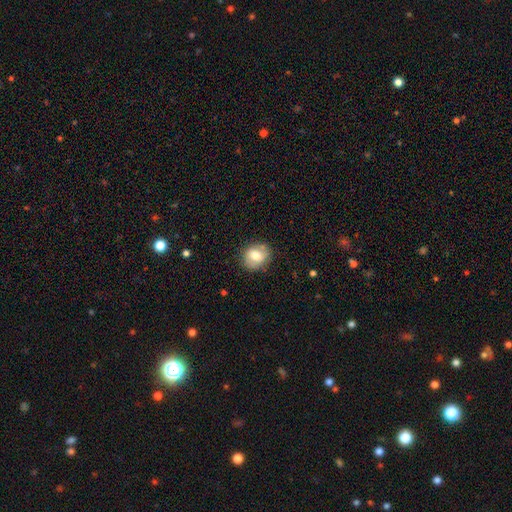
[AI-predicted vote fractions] This is likely a smooth galaxy (69%). How rounded: likely round (72%). Merging: clearly none (81%).